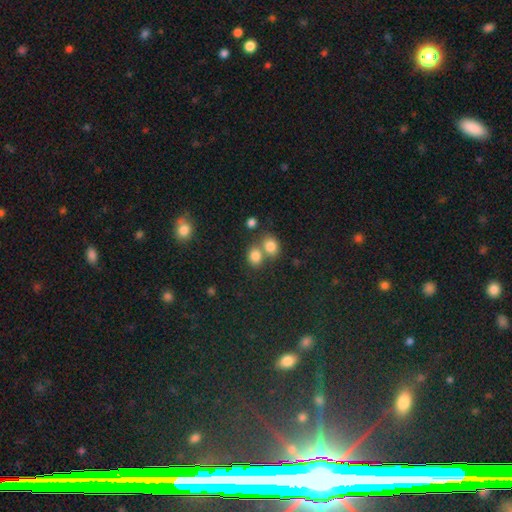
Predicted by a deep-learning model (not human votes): smooth_or_featured: smooth (p=0.80) [alt: star or artifact p=0.12]
how_rounded: round (p=0.59) [alt: in between p=0.40]
merging: merger (p=0.46) [alt: none p=0.43]